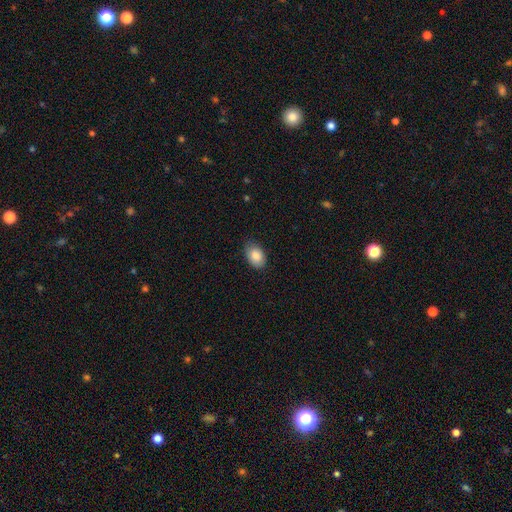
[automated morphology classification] smooth_or_featured: smooth (p=0.86) [alt: star or artifact p=0.07]
how_rounded: in between (p=0.87) [alt: round p=0.12]
merging: none (p=0.80) [alt: minor disturbance p=0.16]